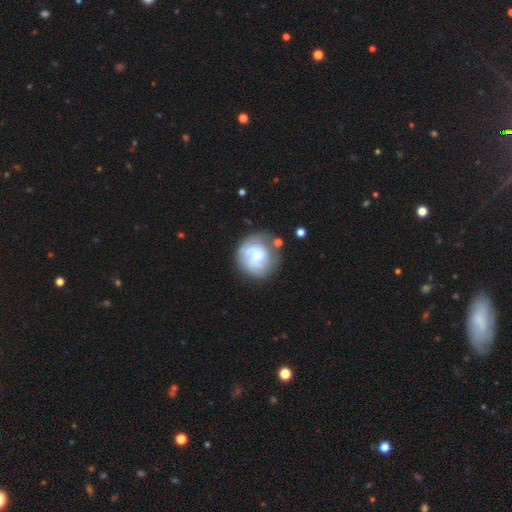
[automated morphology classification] Smooth or featured?
  - featured or disk: 48% *
  - smooth: 44%
  - star or artifact: 8%
Merging?
  - none: 59% *
  - minor disturbance: 20%
  - major disturbance: 14%
  - merger: 7%